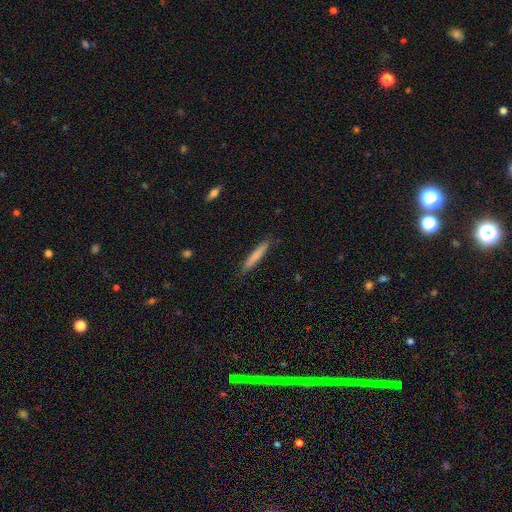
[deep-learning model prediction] A smooth galaxy with no disk features (77%) that is cigar-shaped (94%). Merging: none (88%).